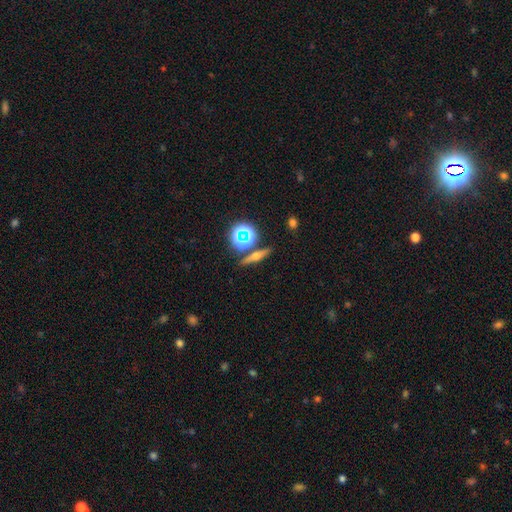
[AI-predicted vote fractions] This is possibly a featured or disk galaxy (47%). Merging: clearly none (83%).